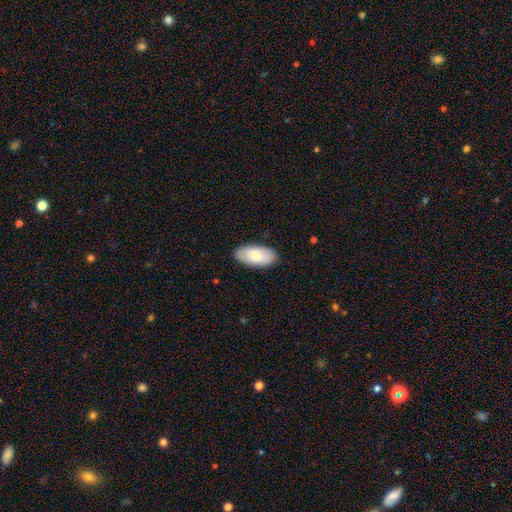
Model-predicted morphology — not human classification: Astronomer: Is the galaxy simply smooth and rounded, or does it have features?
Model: smooth — 75%.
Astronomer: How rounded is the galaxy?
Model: in between — 94%.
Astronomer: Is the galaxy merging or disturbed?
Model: none — 87%.